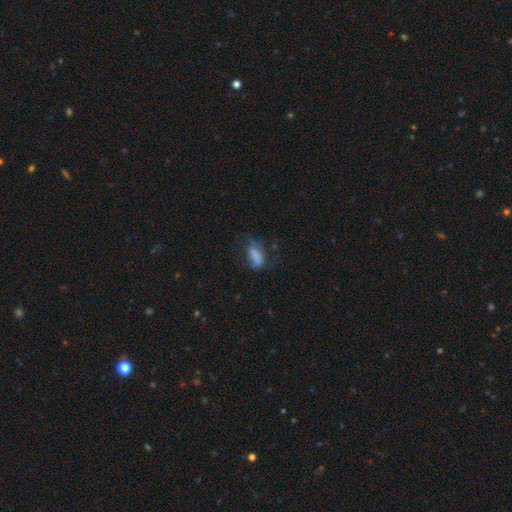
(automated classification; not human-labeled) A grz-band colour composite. It shows a smooth galaxy with no disk features (67%) that is in between round and cigar-shaped (81%). Merging: none (34%).